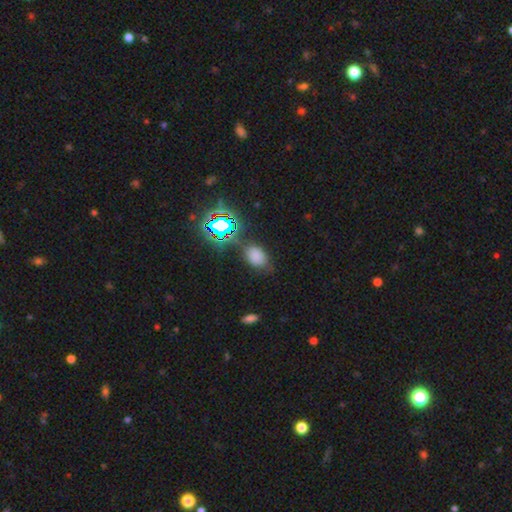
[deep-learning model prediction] Smooth or featured? smooth (66%)
How rounded? in between (80%)
Merging? none (68%)